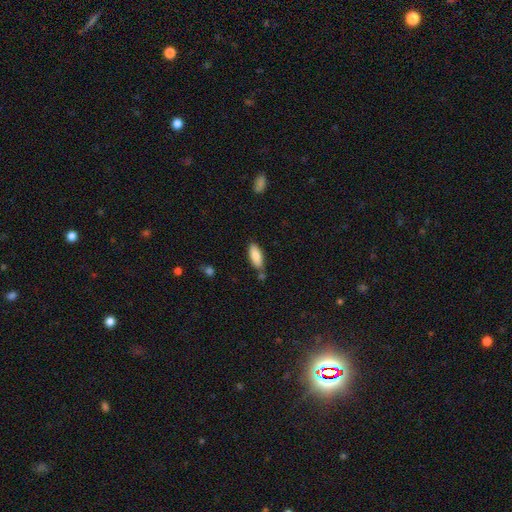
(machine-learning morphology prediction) A smooth galaxy with no disk features (86%) that is in between round and cigar-shaped (73%).

Vote fractions:
- Smooth or featured? smooth: 86% / featured or disk: 8% / star or artifact: 6%
- How rounded? in between: 73% / cigar-shaped: 25% / round: 2%
- Merging? none: 71% / minor disturbance: 17% / merger: 9% / major disturbance: 4%